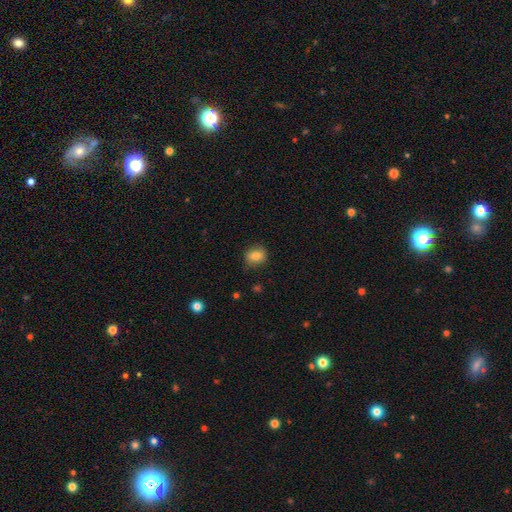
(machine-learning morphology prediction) A smooth galaxy with no disk features (82%) that is round (62%).

Vote fractions:
- Smooth or featured? smooth: 82% / star or artifact: 9% / featured or disk: 9%
- How rounded? round: 62% / in between: 36% / cigar-shaped: 1%
- Merging? none: 81% / minor disturbance: 15% / major disturbance: 3% / merger: 1%